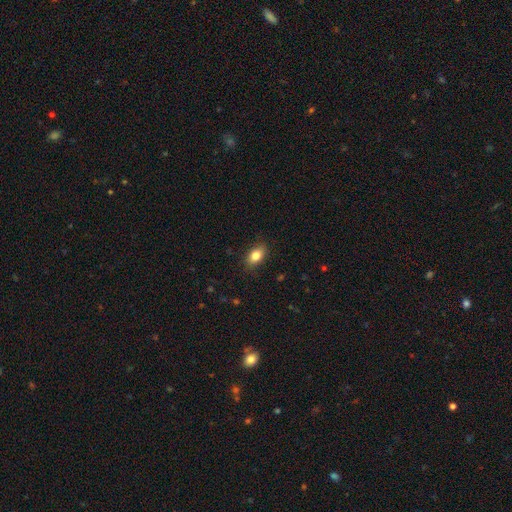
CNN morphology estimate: Smooth or featured? Predicted: smooth (p=0.84). How rounded? Predicted: in between (p=0.86). Merging? Predicted: none (p=0.85).